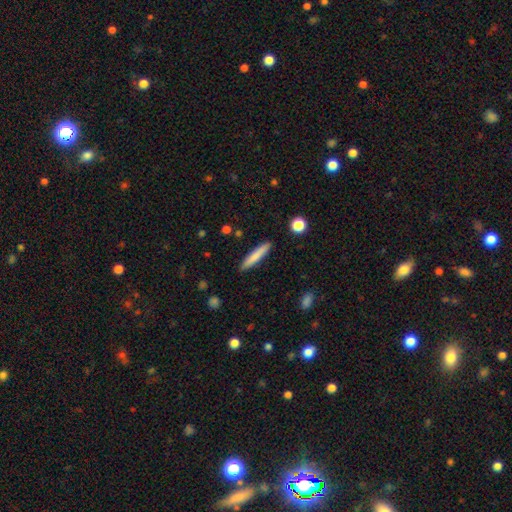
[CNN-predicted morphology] Smooth or featured? smooth (77%)
How rounded? cigar-shaped (92%)
Merging? none (90%)